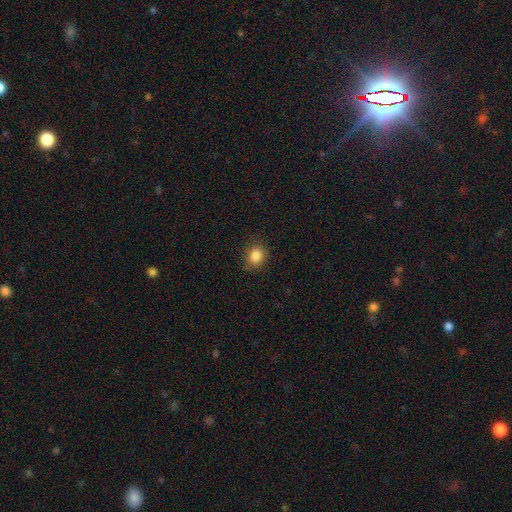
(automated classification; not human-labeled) smooth 86%, star or artifact 10%, featured or disk 4%. Down the decision tree: how rounded — round (54%); merging — none (81%).